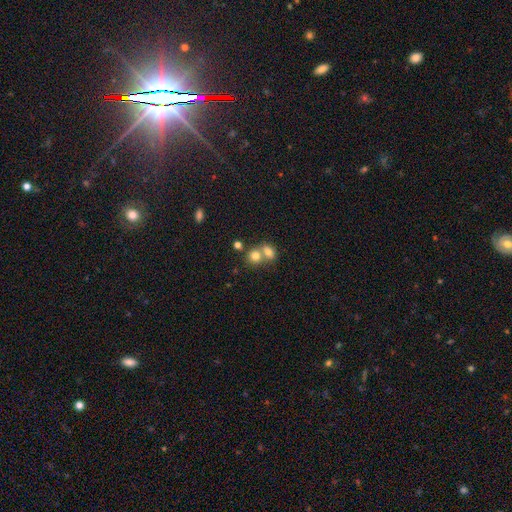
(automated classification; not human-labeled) The model was most divided on "merging": merger: 57%, none: 34%, minor disturbance: 6%, major disturbance: 3%. More confident: smooth or featured — smooth (76%); how rounded — round (67%).